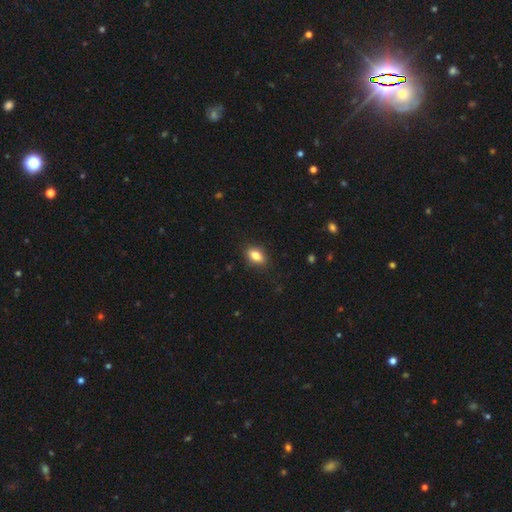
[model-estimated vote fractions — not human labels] A smooth galaxy with no disk features (83%) that is in between round and cigar-shaped (84%). Merging: none (87%).